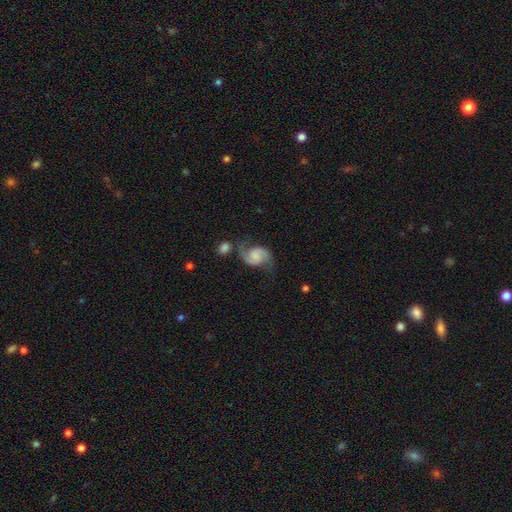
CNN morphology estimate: Smooth or featured: featured or disk — 79% (smooth — 14%)
Edge-on disk: no — 98% (yes — 2%)
Bar: no — 59% (weak — 34%)
Spiral arms: yes — 96% (no — 4%)
Spiral winding: medium — 46% (loose — 40%)
Spiral arm count: 2 — 92% (can't tell — 2%)
Bulge size: none — 44% (small — 24%)
Merging: none — 60% (minor disturbance — 19%)